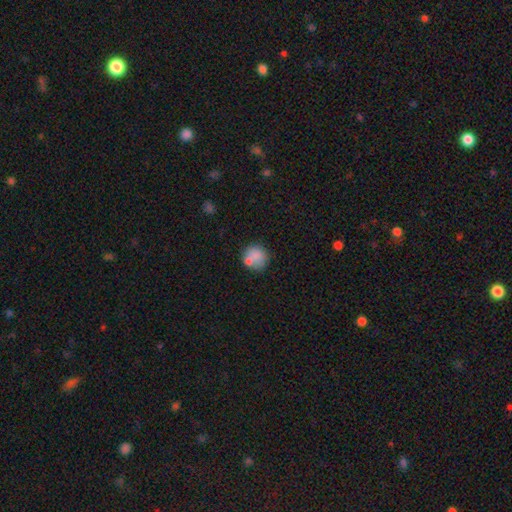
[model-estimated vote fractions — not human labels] smooth_or_featured: smooth (p=0.77) [alt: featured or disk p=0.14]
how_rounded: round (p=0.87) [alt: in between p=0.12]
merging: none (p=0.59) [alt: merger p=0.21]